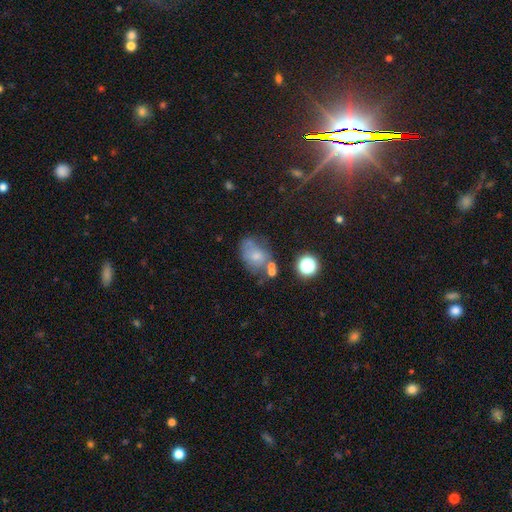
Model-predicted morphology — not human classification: smooth-or-featured: smooth: 57% | featured or disk: 29% | star or artifact: 15%
  how-rounded: in between: 68% | round: 30% | cigar-shaped: 1%
  merging: none: 42% | minor disturbance: 25% | merger: 18% | major disturbance: 14%